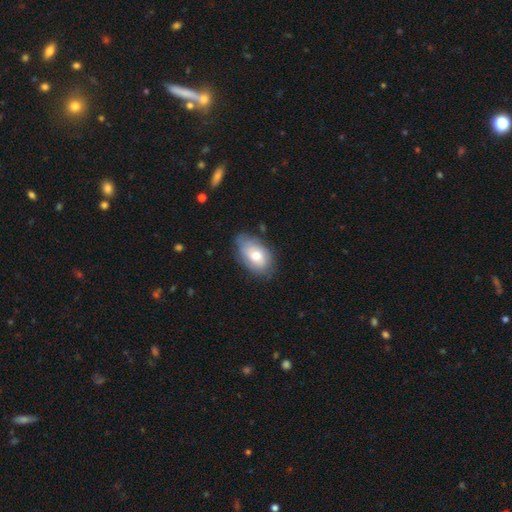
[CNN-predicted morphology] This is likely a smooth galaxy (66%). How rounded: clearly in between (90%). Merging: likely none (66%).